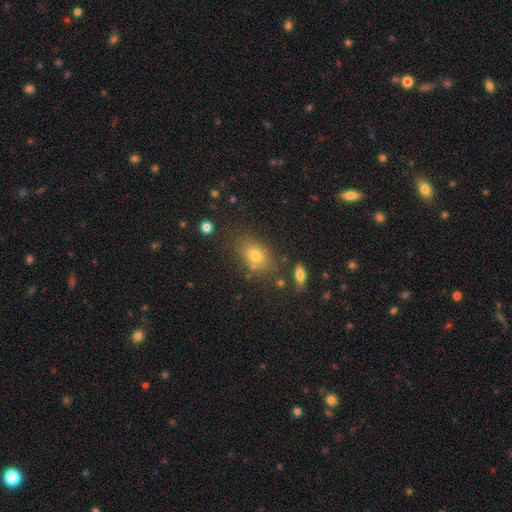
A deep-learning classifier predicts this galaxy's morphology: The model was most divided on "how rounded": in between: 75%, round: 22%, cigar-shaped: 3%. More confident: merging — none (74%); smooth or featured — smooth (73%).